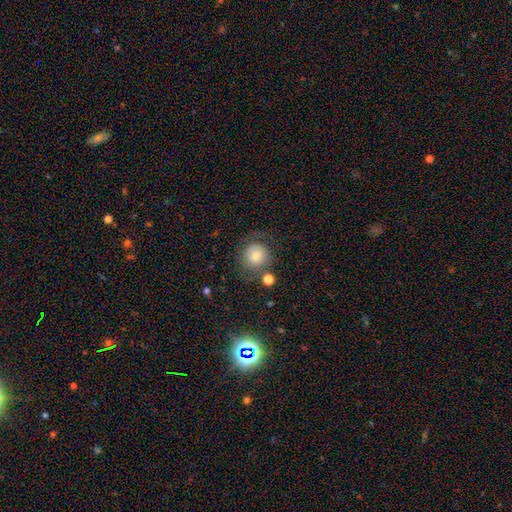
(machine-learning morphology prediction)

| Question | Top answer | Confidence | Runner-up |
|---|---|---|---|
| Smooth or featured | smooth | 60% | featured or disk (27%) |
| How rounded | round | 90% | in between (9%) |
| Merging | none | 65% | minor disturbance (16%) |